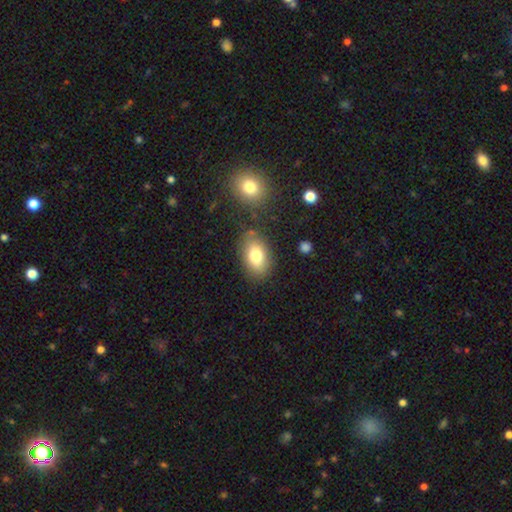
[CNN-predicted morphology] This appears to be a smooth galaxy with no disk features (79%) that is in between round and cigar-shaped (86%). Merging: none (79%).